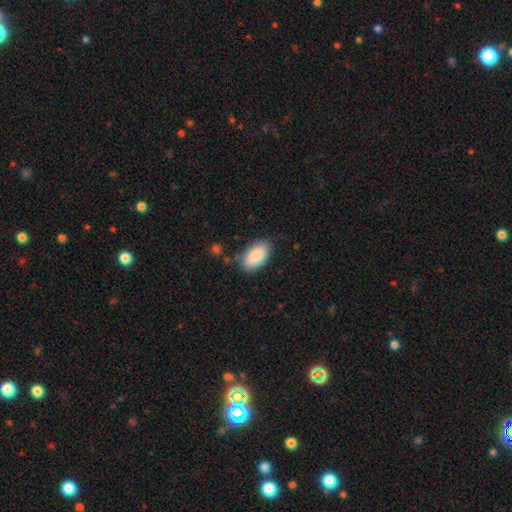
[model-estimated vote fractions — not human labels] This appears to be a smooth galaxy with no disk features (89%) that is in between round and cigar-shaped (95%). Merging: none (83%).